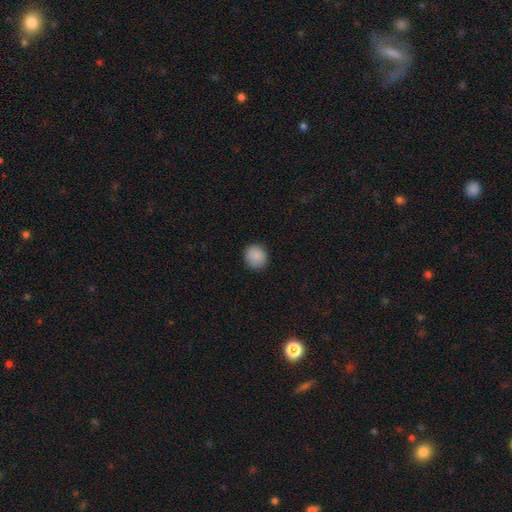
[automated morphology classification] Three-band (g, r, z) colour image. It shows a smooth galaxy with no disk features (88%) that is round (78%). Merging: none (89%).